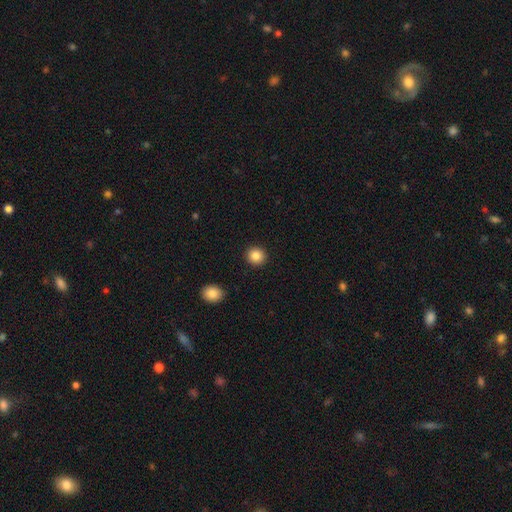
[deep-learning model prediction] Morphology: type=smooth (86%); roundness=round (88%); merging=none (92%).